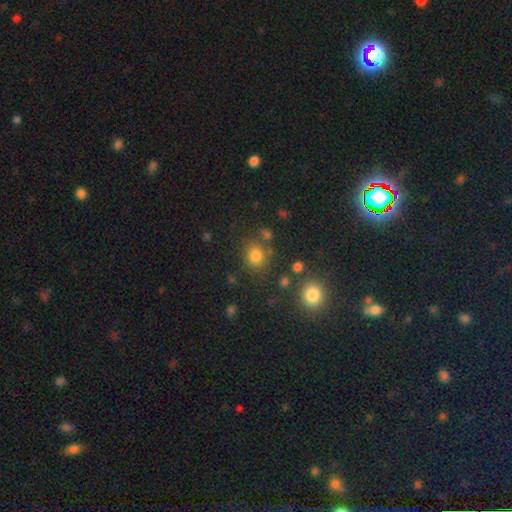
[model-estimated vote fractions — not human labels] Smooth or featured? smooth (77%)
How rounded? round (77%)
Merging? none (74%)